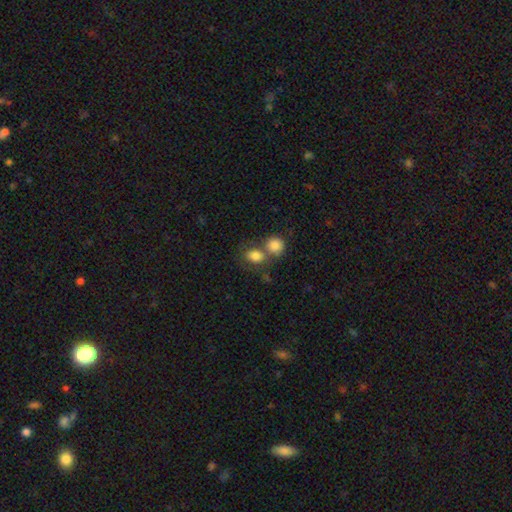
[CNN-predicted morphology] Smooth or featured? Predicted: smooth (p=0.81). How rounded? Predicted: in between (p=0.59). Merging? Predicted: merger (p=0.46).